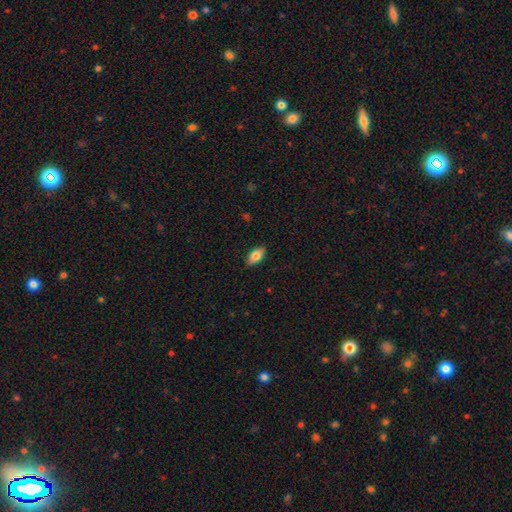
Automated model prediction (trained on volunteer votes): Q: Smooth or featured?
A: smooth (82%); runner-up: featured or disk (11%)
Q: How rounded?
A: in between (91%); runner-up: cigar-shaped (5%)
Q: Merging?
A: none (88%); runner-up: minor disturbance (9%)